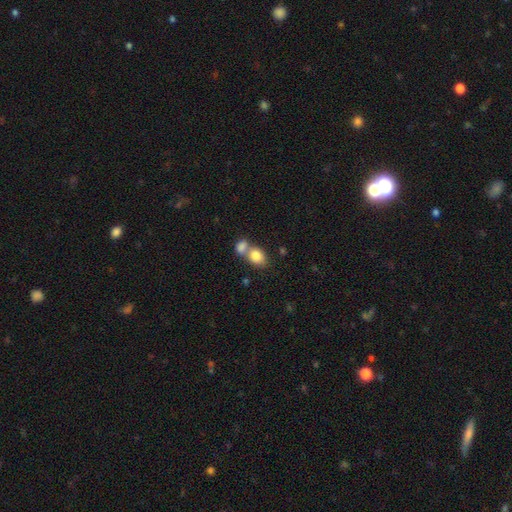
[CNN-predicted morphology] type=smooth (83%); roundness=in between (64%); merging=merger (55%).